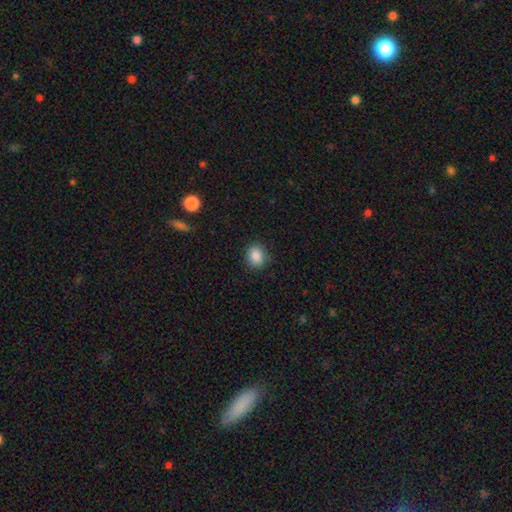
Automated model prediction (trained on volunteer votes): Smooth or featured: smooth — 88% (star or artifact — 9%)
How rounded: round — 58% (in between — 41%)
Merging: none — 86% (minor disturbance — 10%)